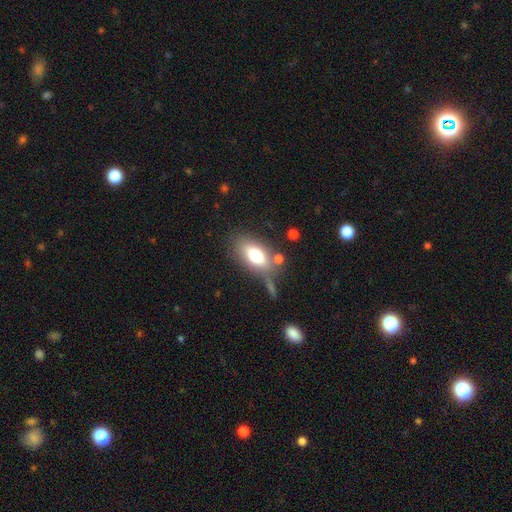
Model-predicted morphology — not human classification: This is likely a smooth galaxy (71%). How rounded: clearly in between (85%). Merging: likely none (64%).